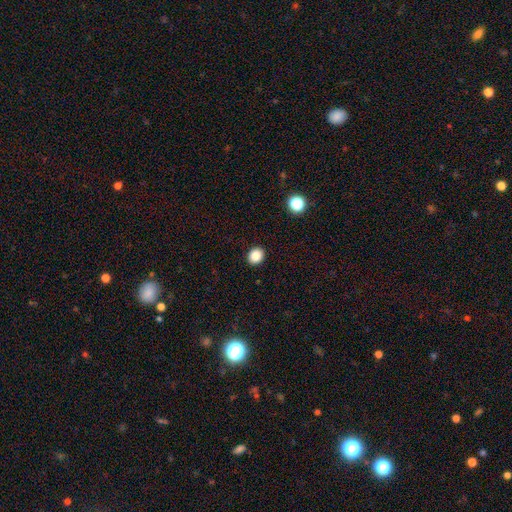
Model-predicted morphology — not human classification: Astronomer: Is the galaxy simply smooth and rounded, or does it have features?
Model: smooth — 87%.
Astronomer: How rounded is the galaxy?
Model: round — 65%.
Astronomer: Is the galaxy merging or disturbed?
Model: none — 92%.